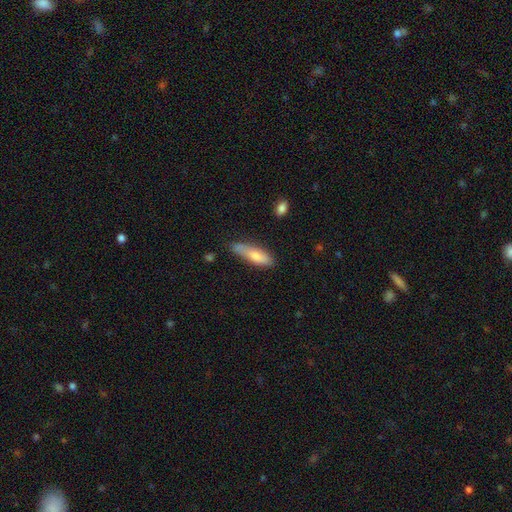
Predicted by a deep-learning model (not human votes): smooth 71%, featured or disk 22%, star or artifact 6%. Down the decision tree: how rounded — cigar-shaped (58%); merging — none (63%).